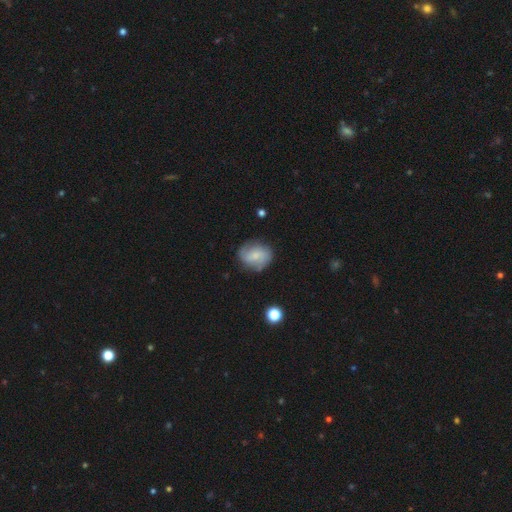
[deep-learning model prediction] featured or disk 46% (tied), smooth 46% (tied), star or artifact 8%. Down the decision tree: merging — none (72%).